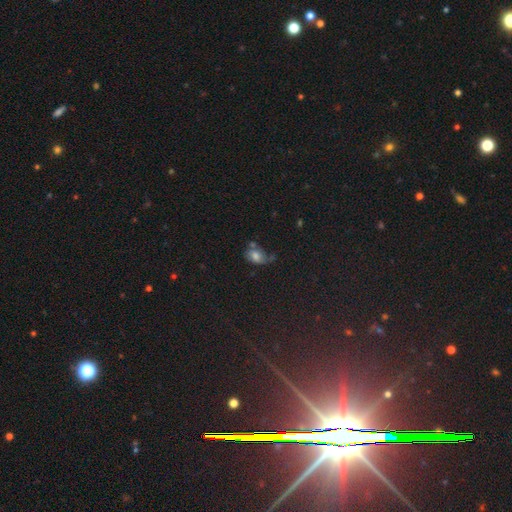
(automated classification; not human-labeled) Smooth or featured?
  - smooth: 64% *
  - featured or disk: 21%
  - star or artifact: 15%
How rounded?
  - in between: 76% *
  - round: 22%
  - cigar-shaped: 2%
Merging?
  - none: 40% *
  - minor disturbance: 31%
  - merger: 15%
  - major disturbance: 15%